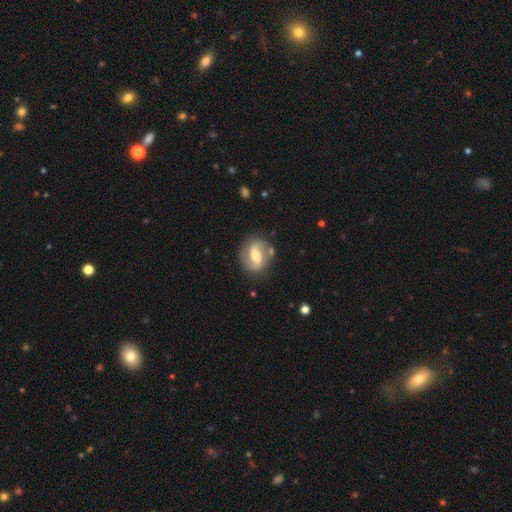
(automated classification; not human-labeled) Smooth or featured? Predicted: featured or disk (p=0.78). Edge-on disk? Predicted: no (p=0.97). Bar? Predicted: weak (p=0.44). Spiral arms? Predicted: yes (p=0.92). Spiral winding? Predicted: loose (p=0.44). Spiral arm count? Predicted: 2 (p=0.91). Bulge size? Predicted: moderate (p=0.68). Merging? Predicted: none (p=0.79).